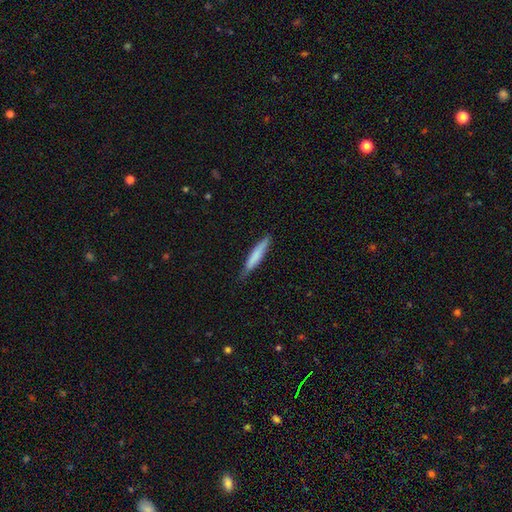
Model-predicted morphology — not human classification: Smooth or featured: smooth — 72% (featured or disk — 23%)
How rounded: cigar-shaped — 92% (in between — 7%)
Merging: none — 79% (minor disturbance — 17%)